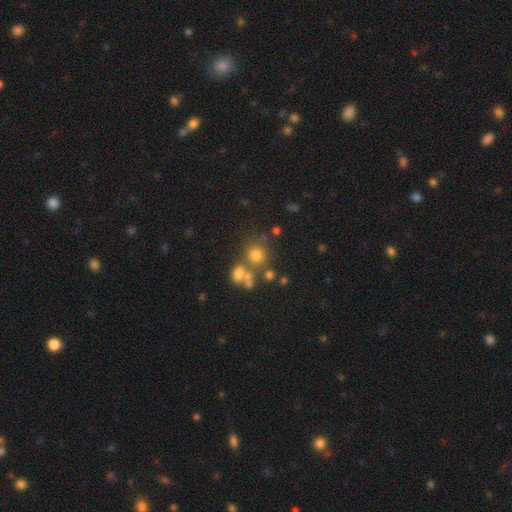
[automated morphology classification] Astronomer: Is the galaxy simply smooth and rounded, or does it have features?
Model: smooth — 63%.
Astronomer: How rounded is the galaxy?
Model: round — 86%.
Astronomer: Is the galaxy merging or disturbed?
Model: none — 57%.